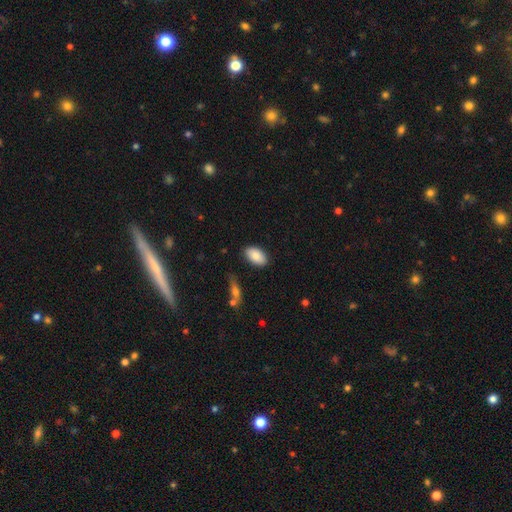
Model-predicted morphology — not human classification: This appears to be a smooth galaxy with no disk features (85%) that is in between round and cigar-shaped (94%). Merging: none (85%).